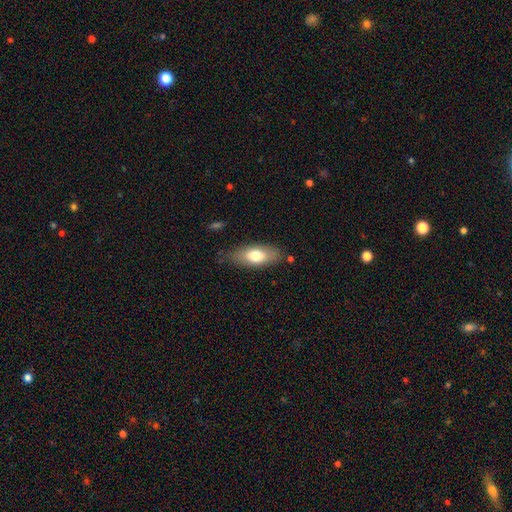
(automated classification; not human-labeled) smooth-or-featured: smooth: 71% | featured or disk: 23% | star or artifact: 7%
  how-rounded: in between: 81% | cigar-shaped: 16% | round: 3%
  merging: none: 77% | minor disturbance: 17% | major disturbance: 4% | merger: 2%